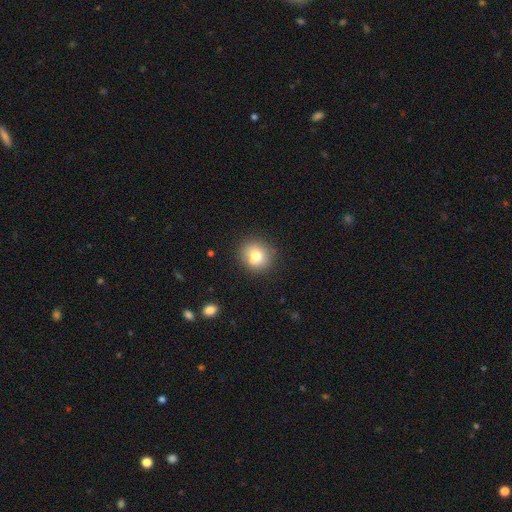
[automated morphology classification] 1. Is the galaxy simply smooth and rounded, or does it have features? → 74% smooth, 14% featured or disk, 11% star or artifact.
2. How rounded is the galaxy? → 85% round, 14% in between, 1% cigar-shaped.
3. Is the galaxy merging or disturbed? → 75% none, 13% minor disturbance, 9% merger, 3% major disturbance.